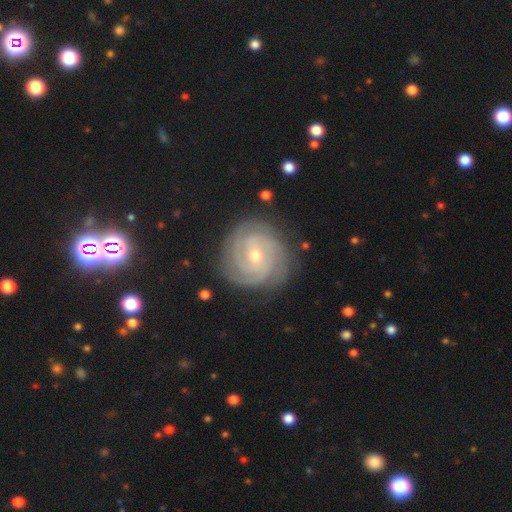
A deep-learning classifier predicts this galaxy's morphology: smooth_or_featured: featured or disk (p=0.88) [alt: smooth p=0.07]
disk_edge_on: no (p=0.98) [alt: yes p=0.02]
bar: no (p=0.52) [alt: weak p=0.38]
has_spiral_arms: yes (p=0.98) [alt: no p=0.02]
spiral_winding: tight (p=0.80) [alt: medium p=0.17]
spiral_arm_count: 3 (p=0.33) [alt: 4 p=0.21]
bulge_size: small (p=0.57) [alt: moderate p=0.40]
merging: none (p=0.83) [alt: minor disturbance p=0.12]